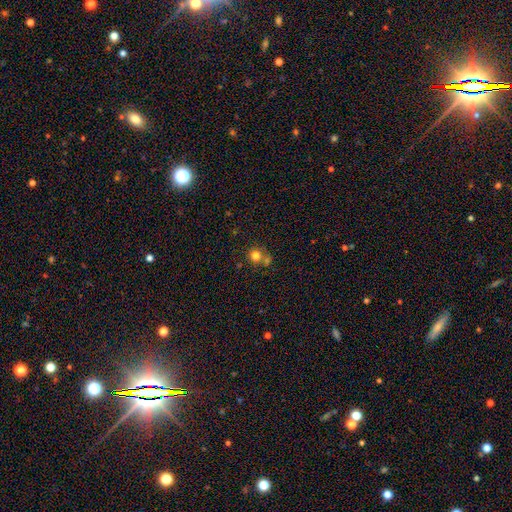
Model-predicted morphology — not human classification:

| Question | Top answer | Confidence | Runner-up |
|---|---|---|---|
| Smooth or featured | smooth | 77% | star or artifact (13%) |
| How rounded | round | 85% | in between (14%) |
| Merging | none | 52% | merger (30%) |